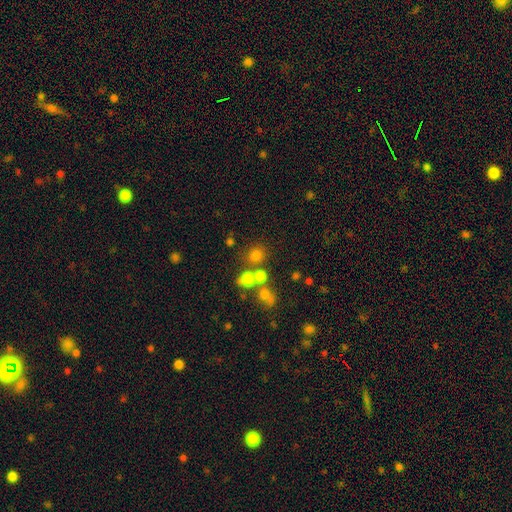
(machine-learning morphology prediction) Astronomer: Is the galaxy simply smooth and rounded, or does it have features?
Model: smooth — 71%.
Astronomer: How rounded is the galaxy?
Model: round — 80%.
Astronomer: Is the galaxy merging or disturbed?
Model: none — 59%.